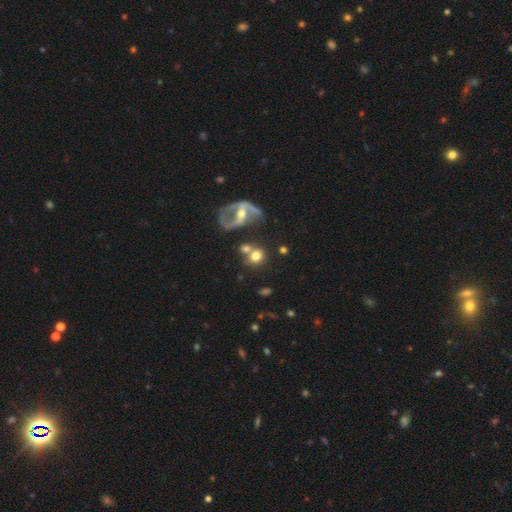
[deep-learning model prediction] Smooth or featured? smooth (64%)
How rounded? round (75%)
Merging? none (49%)